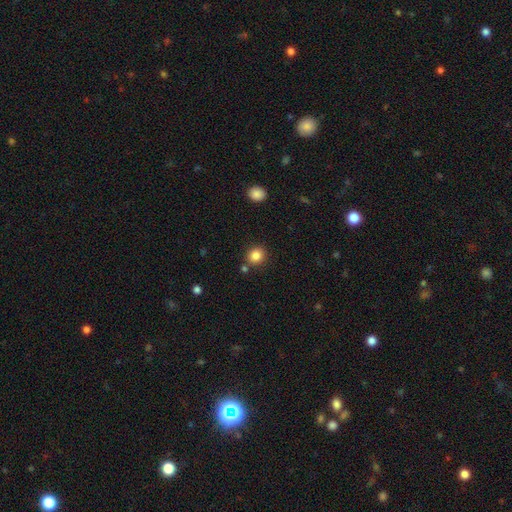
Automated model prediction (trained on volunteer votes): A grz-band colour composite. It shows a smooth galaxy with no disk features (85%) that is round (85%). Merging: none (84%).